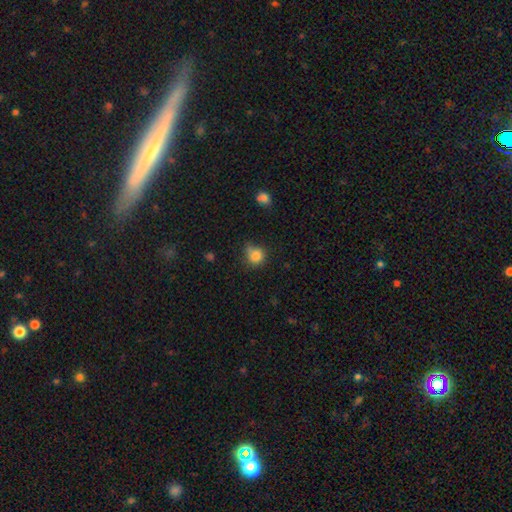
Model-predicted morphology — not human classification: Smooth or featured? Predicted: smooth (p=0.82). How rounded? Predicted: round (p=0.82). Merging? Predicted: none (p=0.56).